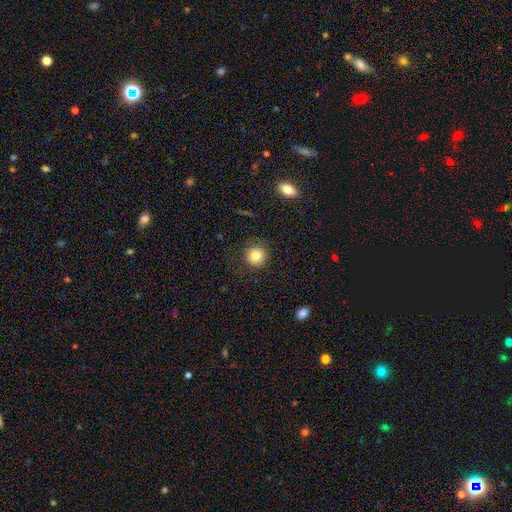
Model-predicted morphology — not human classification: Smooth or featured?
  - smooth: 82% *
  - star or artifact: 10%
  - featured or disk: 7%
How rounded?
  - round: 93% *
  - in between: 6%
  - cigar-shaped: 1%
Merging?
  - none: 86% *
  - minor disturbance: 9%
  - major disturbance: 3%
  - merger: 1%